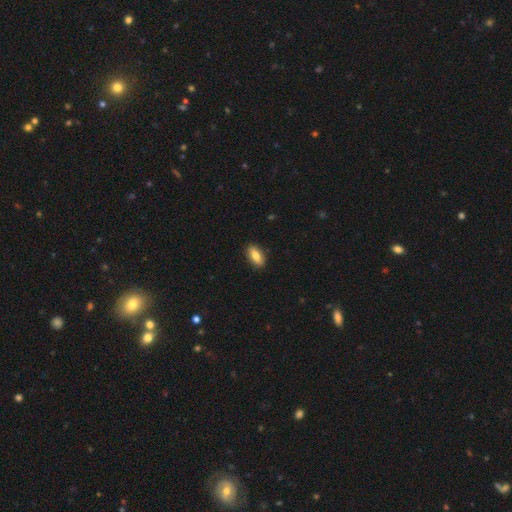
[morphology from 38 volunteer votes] Smooth or featured? 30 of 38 (79%) said smooth. How rounded? 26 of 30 (87%) said in between. Merging? 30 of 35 (86%) said none.